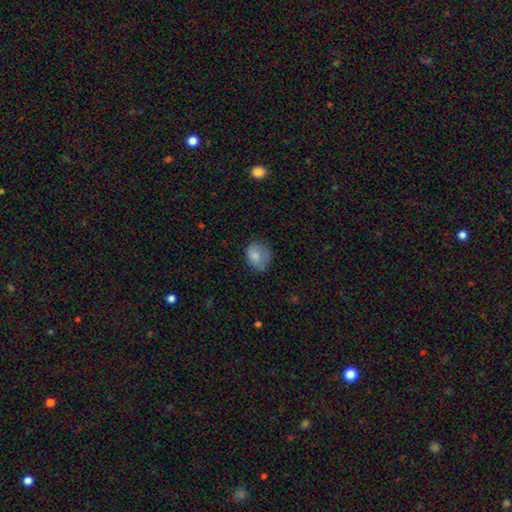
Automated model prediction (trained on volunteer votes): A smooth galaxy with no disk features (80%) that is in between round and cigar-shaped (52%). Merging: none (56%).